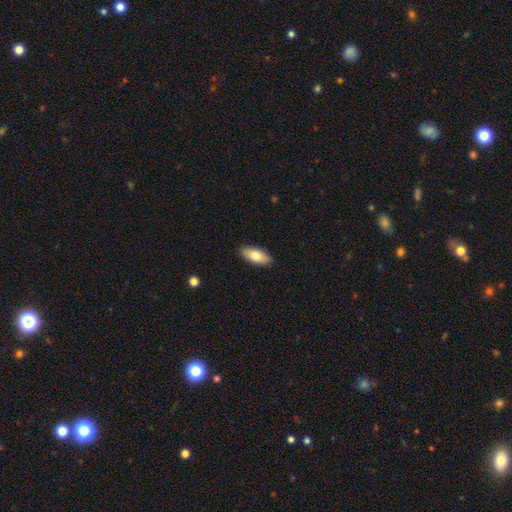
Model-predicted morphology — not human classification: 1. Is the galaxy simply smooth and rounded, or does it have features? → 78% smooth, 16% featured or disk, 6% star or artifact.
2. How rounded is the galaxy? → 85% in between, 13% cigar-shaped, 2% round.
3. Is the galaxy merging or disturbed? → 89% none, 8% minor disturbance, 2% major disturbance, 1% merger.